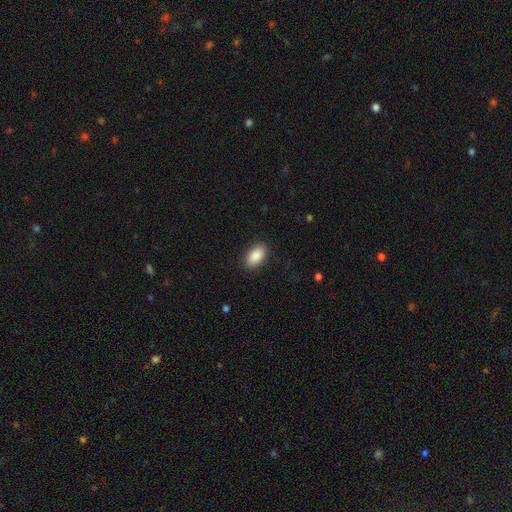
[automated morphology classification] This appears to be a smooth galaxy with no disk features (89%) that is in between round and cigar-shaped (93%). Merging: none (89%).